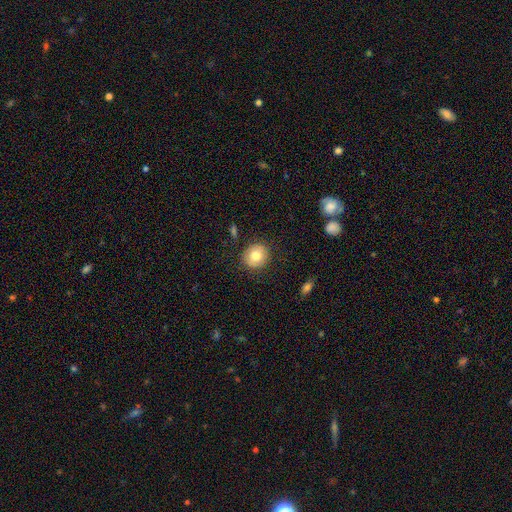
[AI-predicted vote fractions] A smooth galaxy with no disk features (78%) that is round (86%).

Vote fractions:
- Smooth or featured? smooth: 78% / featured or disk: 13% / star or artifact: 9%
- How rounded? round: 86% / in between: 13% / cigar-shaped: 1%
- Merging? none: 87% / minor disturbance: 9% / major disturbance: 2% / merger: 1%